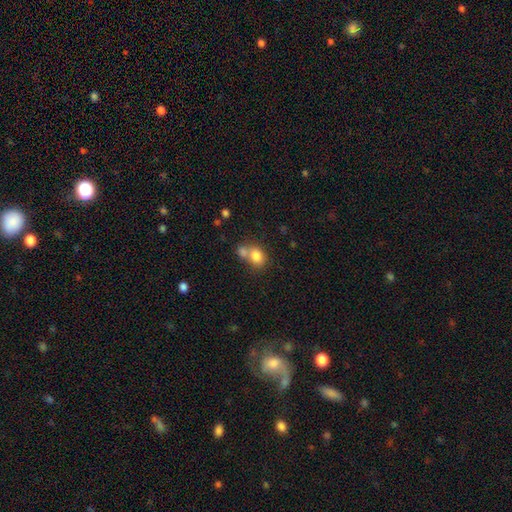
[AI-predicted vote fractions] This is clearly a smooth galaxy (80%). How rounded: possibly in between (53%). Merging: possibly merger (50%).